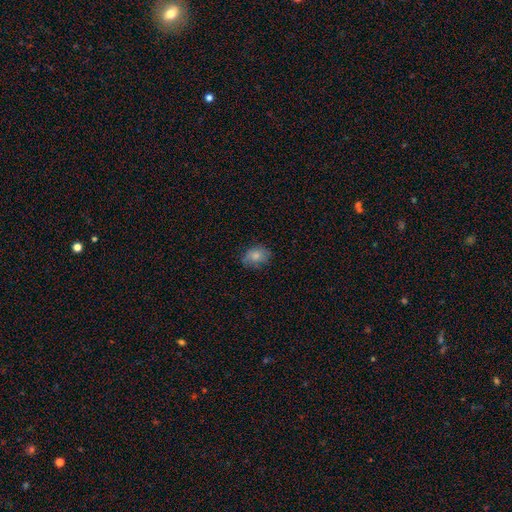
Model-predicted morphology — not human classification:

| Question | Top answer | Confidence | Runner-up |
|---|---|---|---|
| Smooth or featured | smooth | 80% | featured or disk (12%) |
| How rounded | in between | 65% | round (34%) |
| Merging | none | 74% | minor disturbance (20%) |